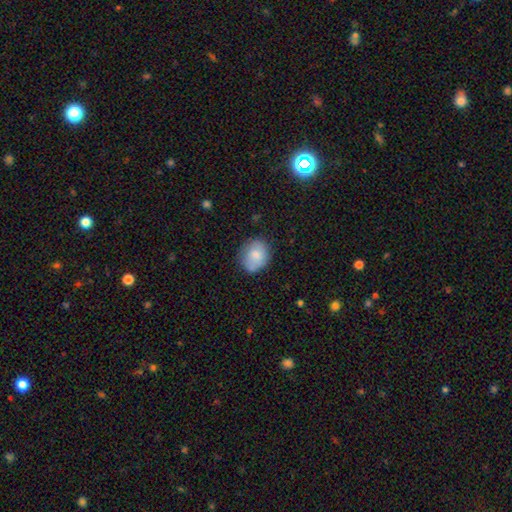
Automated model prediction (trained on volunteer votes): smooth 78%, featured or disk 15%, star or artifact 8%. Down the decision tree: how rounded — round (61%); merging — none (67%).